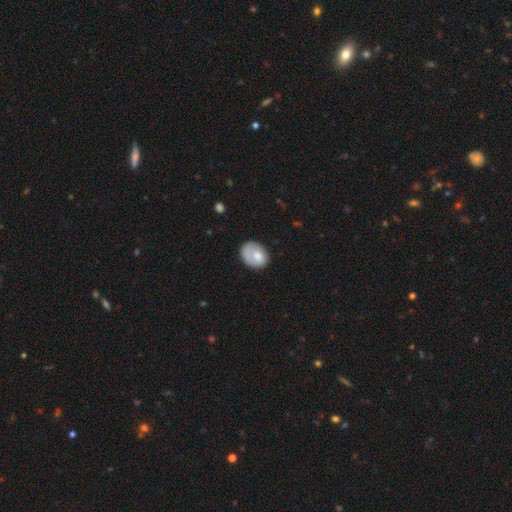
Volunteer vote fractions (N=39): Smooth or featured? smooth (59%)
How rounded? in between (70%)
Merging? none (50%)